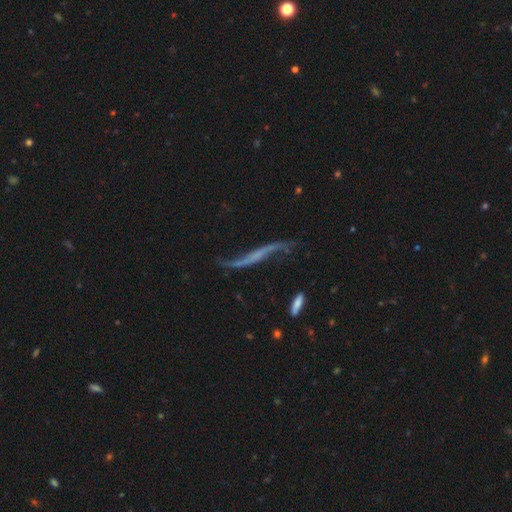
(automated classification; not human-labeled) Smooth or featured?
  - featured or disk: 79% *
  - smooth: 12%
  - star or artifact: 9%
Edge-on disk?
  - no: 61% *
  - yes: 39%
Merging?
  - none: 59% *
  - minor disturbance: 21%
  - major disturbance: 15%
  - merger: 5%